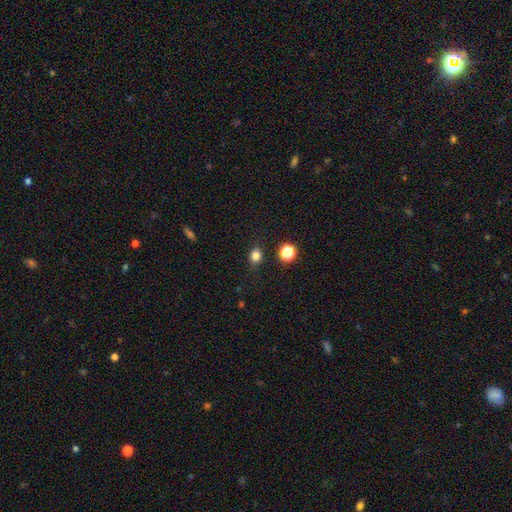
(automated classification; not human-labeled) Q: Smooth or featured?
A: smooth (81%); runner-up: star or artifact (14%)
Q: How rounded?
A: round (62%); runner-up: in between (37%)
Q: Merging?
A: none (85%); runner-up: minor disturbance (10%)